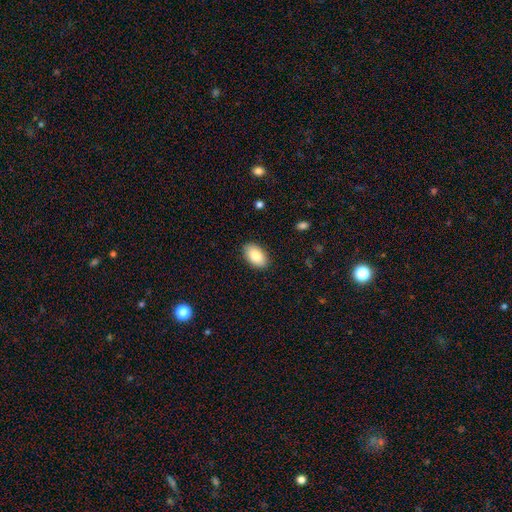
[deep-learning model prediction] Smooth or featured? Predicted: smooth (p=0.85). How rounded? Predicted: in between (p=0.93). Merging? Predicted: none (p=0.88).